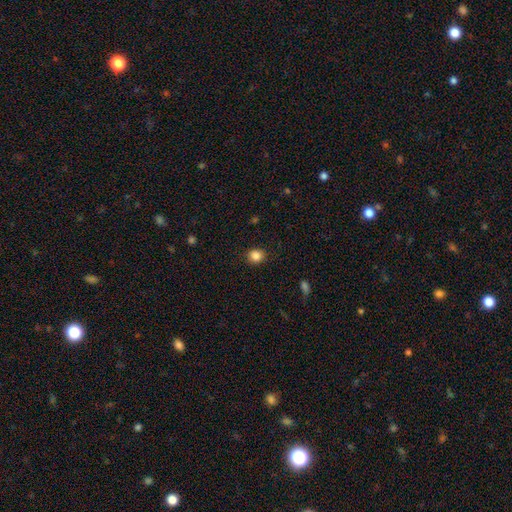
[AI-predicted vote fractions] Smooth or featured: smooth — 86% (star or artifact — 11%)
How rounded: round — 79% (in between — 20%)
Merging: none — 89% (minor disturbance — 7%)